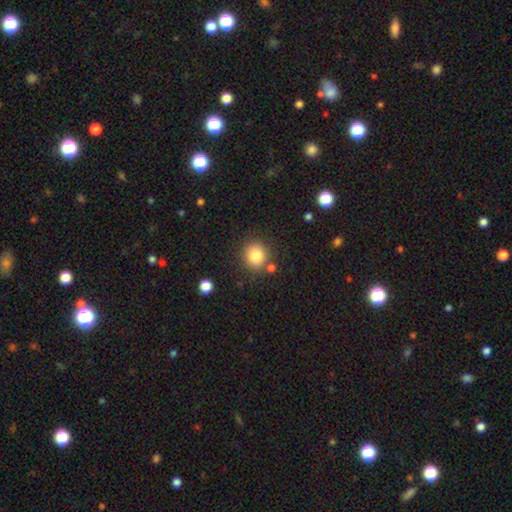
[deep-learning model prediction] smooth-or-featured: smooth: 82% | star or artifact: 11% | featured or disk: 7%
  how-rounded: round: 86% | in between: 13% | cigar-shaped: 1%
  merging: none: 80% | minor disturbance: 9% | merger: 8% | major disturbance: 3%